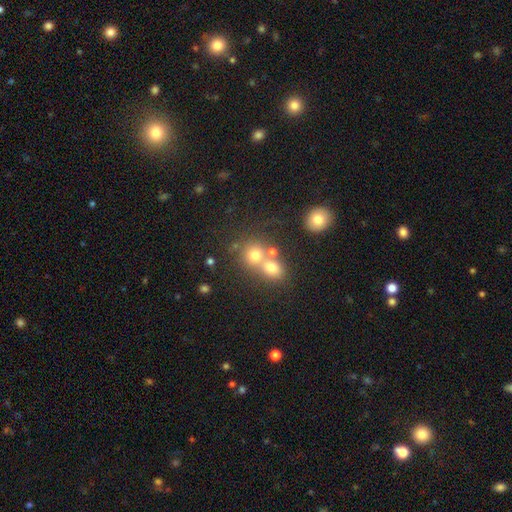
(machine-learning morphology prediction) Smooth or featured? Predicted: smooth (p=0.69). How rounded? Predicted: round (p=0.79). Merging? Predicted: merger (p=0.51).